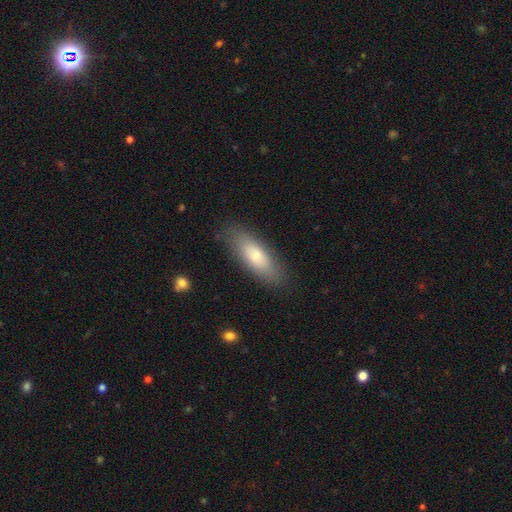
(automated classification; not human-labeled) Q: Smooth or featured?
A: smooth (68%); runner-up: featured or disk (25%)
Q: How rounded?
A: in between (64%); runner-up: cigar-shaped (34%)
Q: Merging?
A: none (84%); runner-up: minor disturbance (12%)